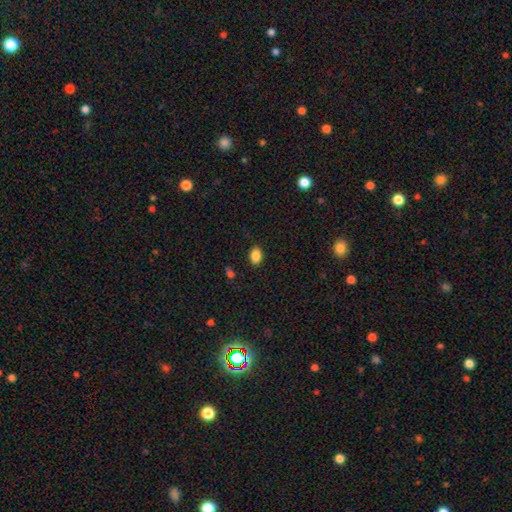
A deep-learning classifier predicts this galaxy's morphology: Smooth or featured? Predicted: smooth (p=0.86). How rounded? Predicted: in between (p=0.79). Merging? Predicted: none (p=0.87).